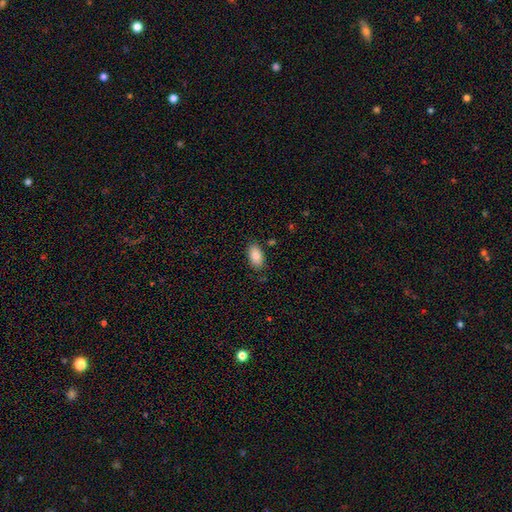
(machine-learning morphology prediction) smooth-or-featured: smooth: 86% | star or artifact: 7% | featured or disk: 7%
  how-rounded: in between: 94% | round: 4% | cigar-shaped: 2%
  merging: none: 82% | minor disturbance: 13% | major disturbance: 3% | merger: 2%